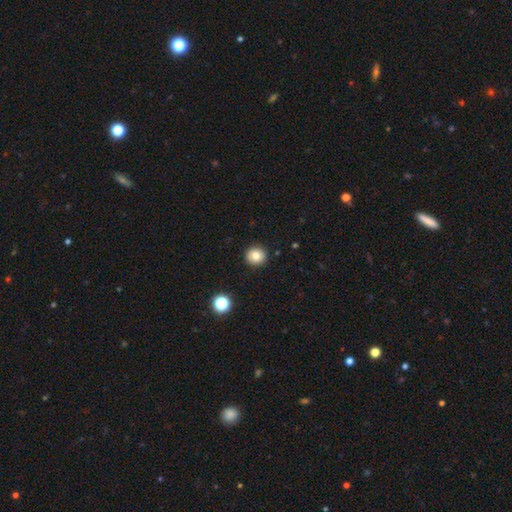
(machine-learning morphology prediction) The model was most divided on "smooth or featured": smooth: 79%, star or artifact: 11%, featured or disk: 10%. More confident: merging — none (91%); how rounded — round (90%).